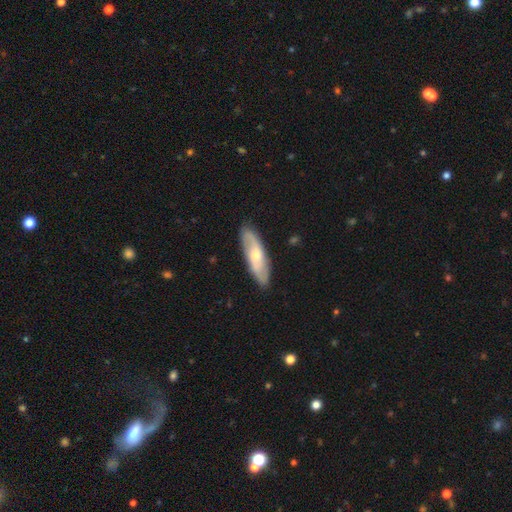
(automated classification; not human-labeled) featured or disk 56%, smooth 38%, star or artifact 5%. Down the decision tree: edge-on disk — no (76%); merging — none (85%).